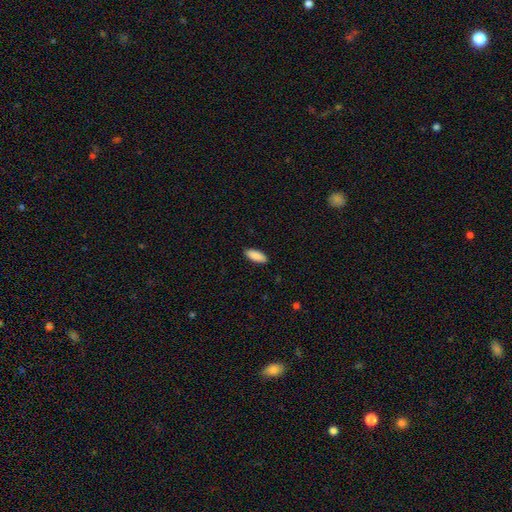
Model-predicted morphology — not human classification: Smooth or featured? Predicted: smooth (p=0.90). How rounded? Predicted: in between (p=0.78). Merging? Predicted: none (p=0.90).